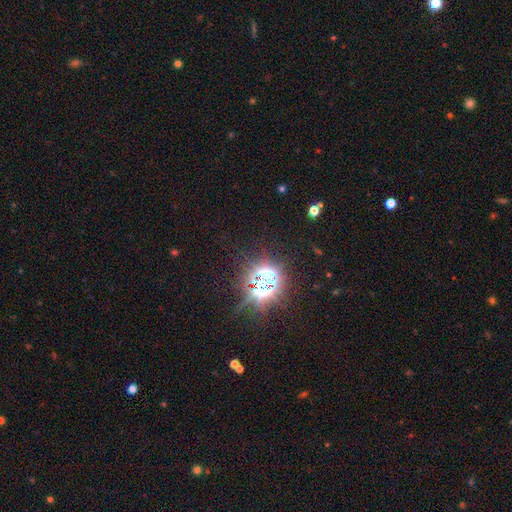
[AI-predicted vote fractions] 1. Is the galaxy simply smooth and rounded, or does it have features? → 81% star or artifact, 13% smooth, 6% featured or disk.